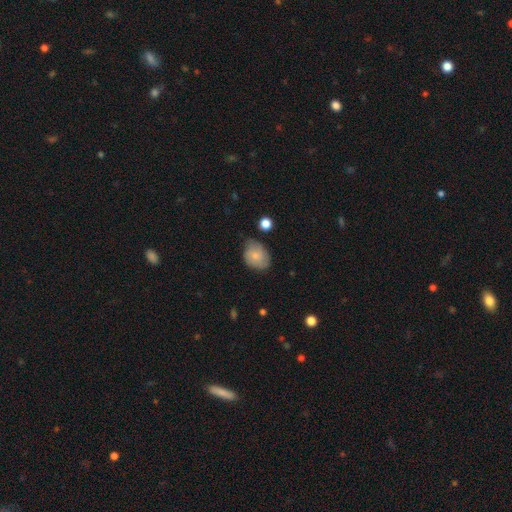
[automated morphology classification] Smooth or featured: smooth — 74% (featured or disk — 19%)
How rounded: in between — 62% (round — 37%)
Merging: none — 58% (minor disturbance — 33%)